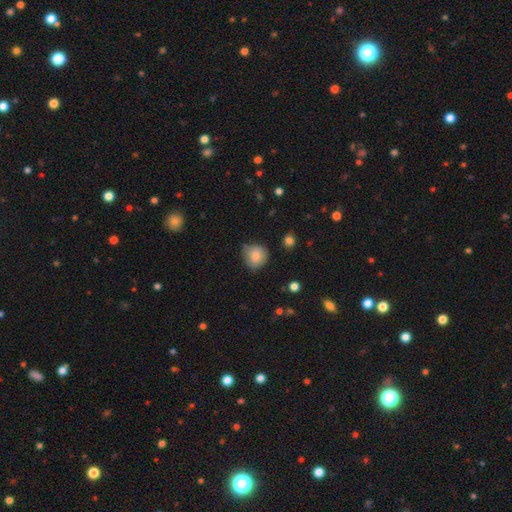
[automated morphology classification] Smooth or featured: smooth — 84% (star or artifact — 8%)
How rounded: round — 88% (in between — 11%)
Merging: none — 72% (minor disturbance — 22%)